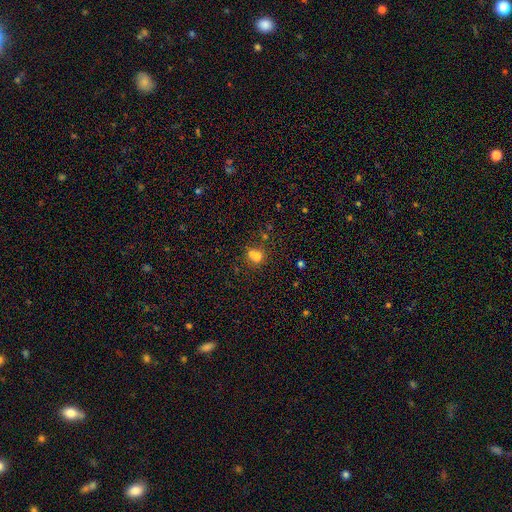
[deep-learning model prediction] The model was most divided on "merging": merger: 51%, none: 38%, minor disturbance: 7%, major disturbance: 3%. More confident: how rounded — round (82%); smooth or featured — smooth (68%).